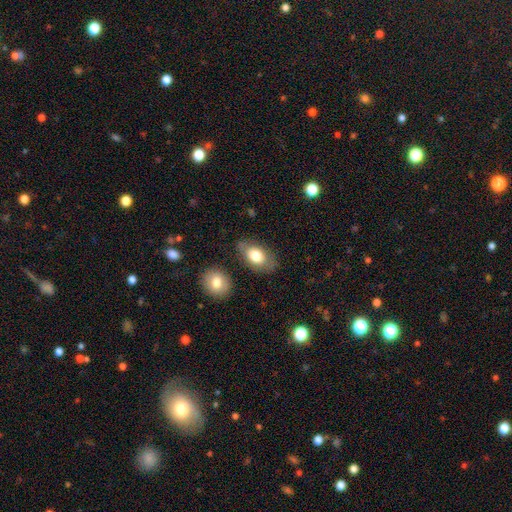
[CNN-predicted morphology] A smooth galaxy with no disk features (76%) that is in between round and cigar-shaped (88%). Merging: none (71%).